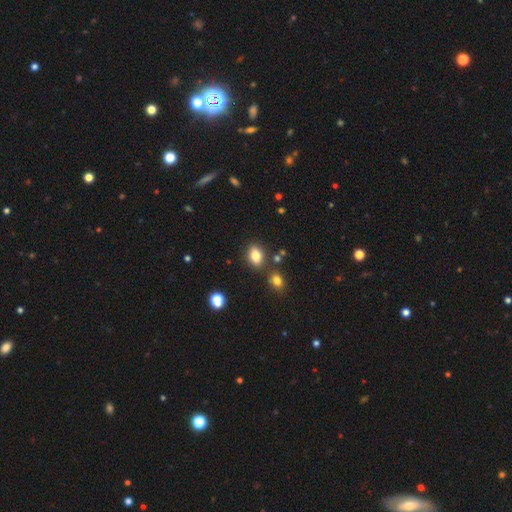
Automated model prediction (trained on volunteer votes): Smooth or featured: smooth — 83% (star or artifact — 10%)
How rounded: in between — 76% (round — 22%)
Merging: none — 77% (minor disturbance — 11%)